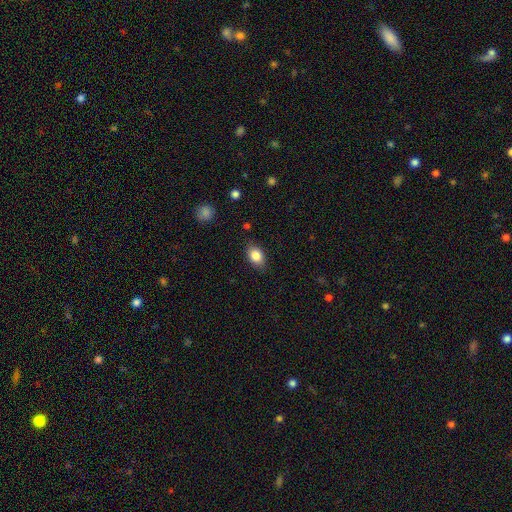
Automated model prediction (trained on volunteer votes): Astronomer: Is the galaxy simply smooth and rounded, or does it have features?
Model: smooth — 85%.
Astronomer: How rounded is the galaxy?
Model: in between — 81%.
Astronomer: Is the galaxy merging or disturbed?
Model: none — 82%.